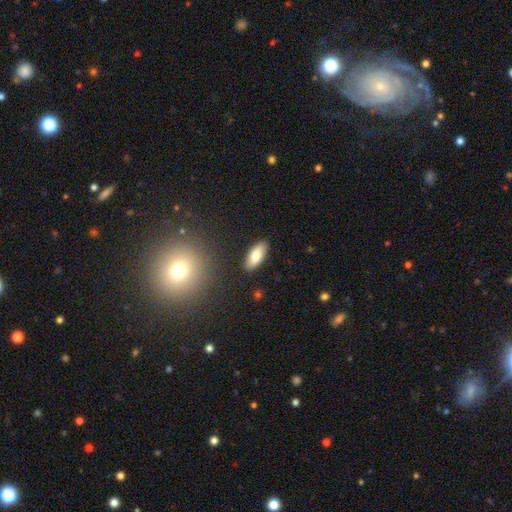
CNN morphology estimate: Smooth or featured? Predicted: smooth (p=0.78). How rounded? Predicted: in between (p=0.80). Merging? Predicted: none (p=0.88).